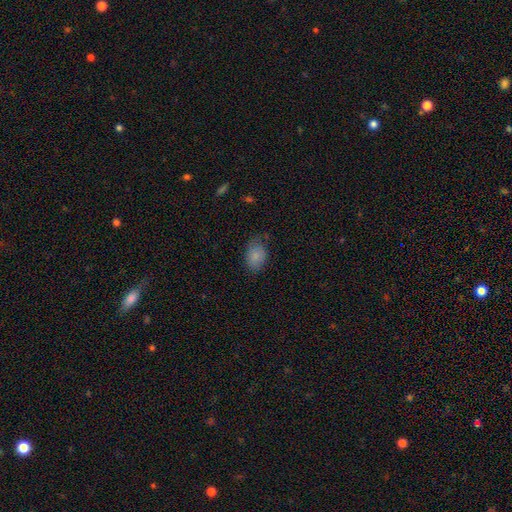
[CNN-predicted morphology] smooth-or-featured: smooth: 85% | star or artifact: 8% | featured or disk: 6%
  how-rounded: in between: 83% | round: 16% | cigar-shaped: 1%
  merging: none: 70% | minor disturbance: 23% | major disturbance: 5% | merger: 1%